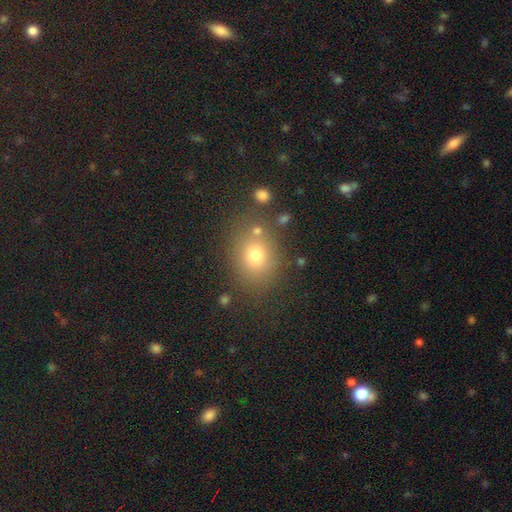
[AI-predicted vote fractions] Smooth or featured?
  - smooth: 71% *
  - star or artifact: 18%
  - featured or disk: 11%
How rounded?
  - round: 50% *
  - in between: 48%
  - cigar-shaped: 1%
Merging?
  - none: 76% *
  - minor disturbance: 12%
  - merger: 7%
  - major disturbance: 5%